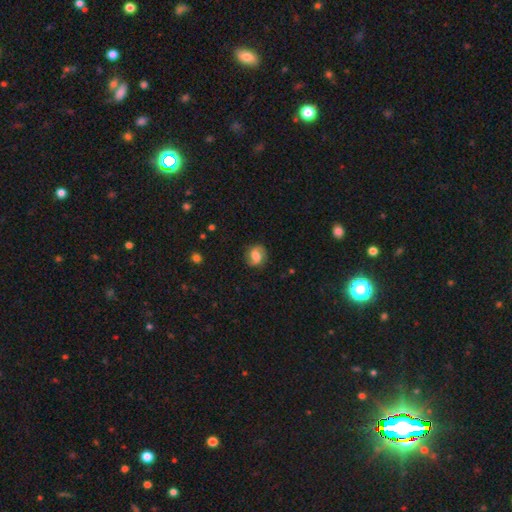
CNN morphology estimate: smooth-or-featured: featured or disk: 48% | smooth: 43% | star or artifact: 9%
  merging: none: 80% | minor disturbance: 14% | major disturbance: 5% | merger: 1%